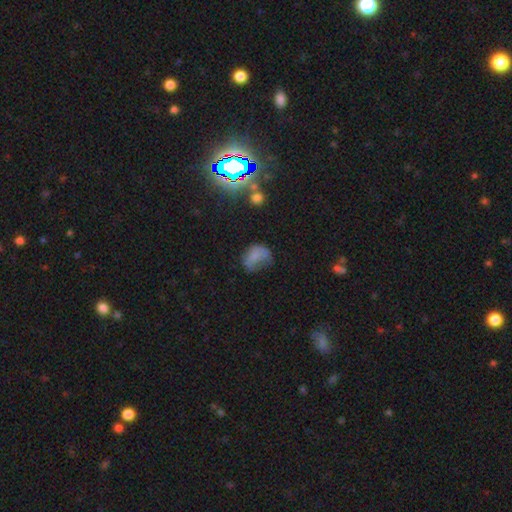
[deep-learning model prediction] A smooth galaxy with no disk features (63%) that is in between round and cigar-shaped (62%).

Vote fractions:
- Smooth or featured? smooth: 63% / featured or disk: 20% / star or artifact: 17%
- How rounded? in between: 62% / round: 37% / cigar-shaped: 1%
- Merging? none: 35% / minor disturbance: 32% / major disturbance: 29% / merger: 5%